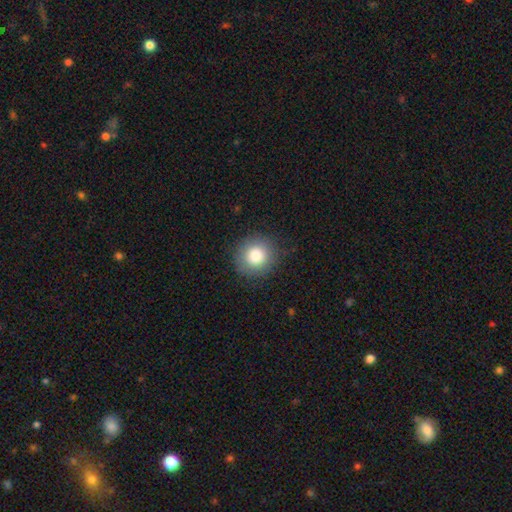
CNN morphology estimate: smooth 82%, star or artifact 10%, featured or disk 8%. Down the decision tree: how rounded — round (91%); merging — none (88%).